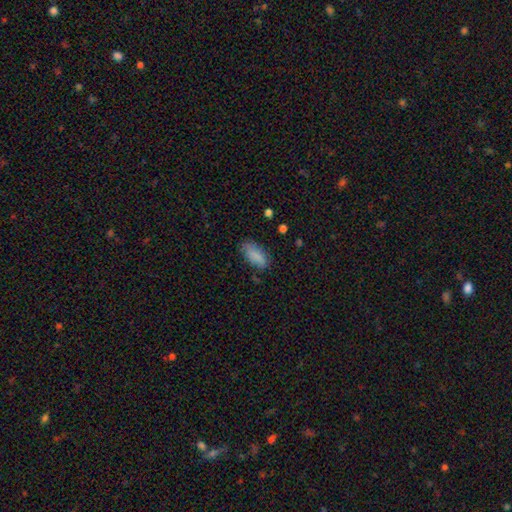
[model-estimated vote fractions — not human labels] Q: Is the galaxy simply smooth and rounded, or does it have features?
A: smooth — 86%.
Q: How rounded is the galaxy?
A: in between — 85%.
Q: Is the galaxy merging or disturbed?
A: none — 73%.